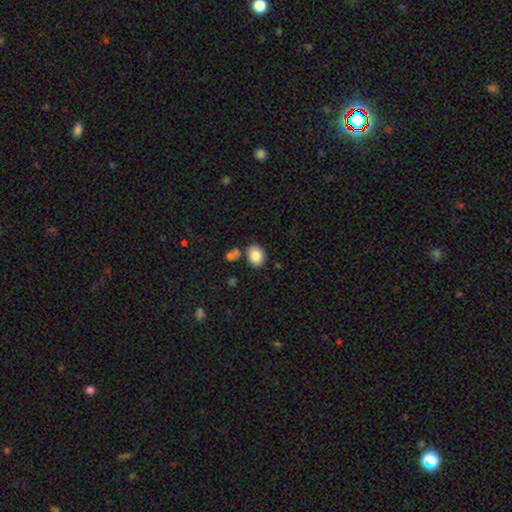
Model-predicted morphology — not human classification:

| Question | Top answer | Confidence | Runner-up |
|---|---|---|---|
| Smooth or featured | smooth | 84% | star or artifact (9%) |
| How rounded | in between | 53% | round (46%) |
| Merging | none | 77% | minor disturbance (11%) |